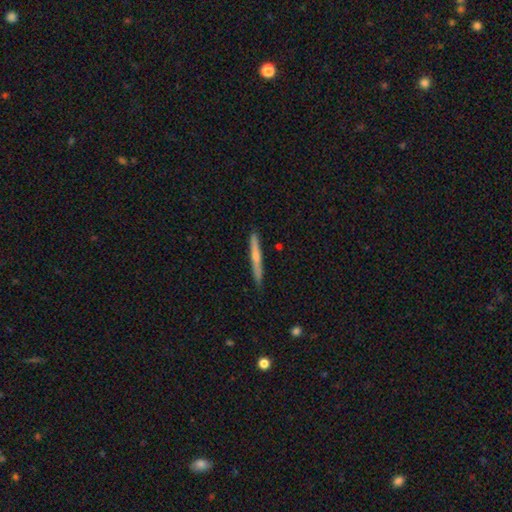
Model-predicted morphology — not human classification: Smooth or featured? Predicted: featured or disk (p=0.54). Edge-on disk? Predicted: yes (p=0.97). Edge-on bulge? Predicted: rounded (p=0.64). Merging? Predicted: none (p=0.89).